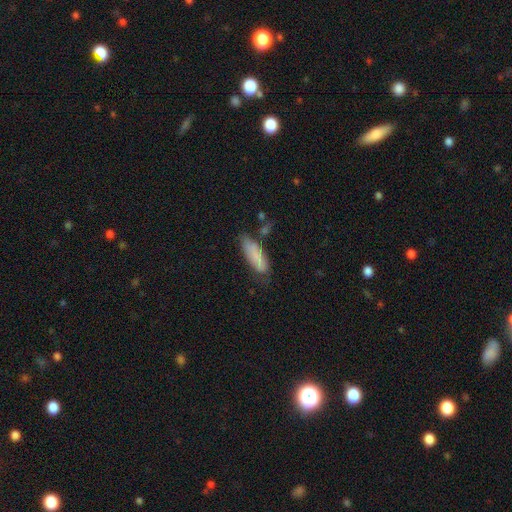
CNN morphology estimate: smooth 79%, featured or disk 14%, star or artifact 7%. Down the decision tree: how rounded — cigar-shaped (49%, tied with in between); merging — none (57%).